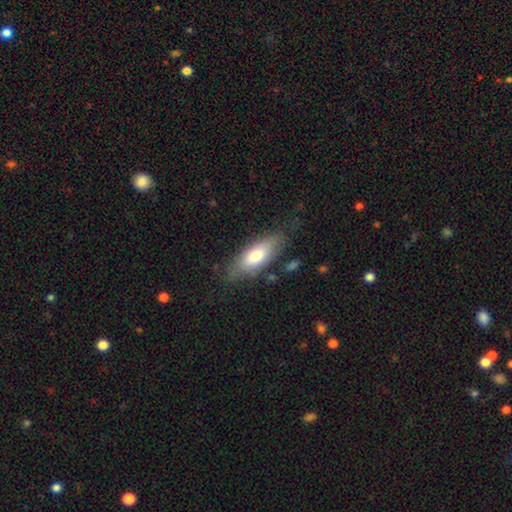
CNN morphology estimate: The model was most divided on "smooth or featured": smooth: 70%, featured or disk: 24%, star or artifact: 6%. More confident: how rounded — in between (76%); merging — none (71%).